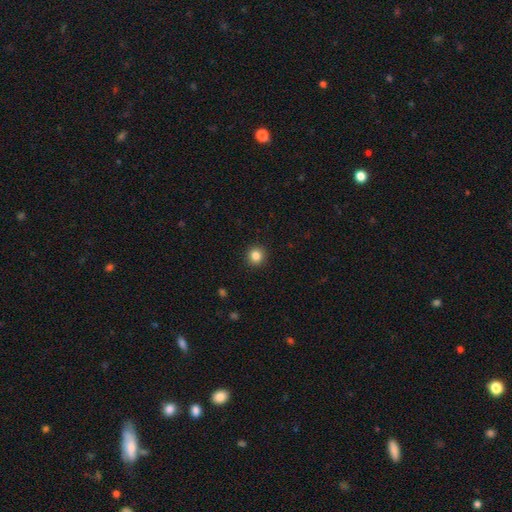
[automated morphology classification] The model was most divided on "smooth or featured": smooth: 84%, star or artifact: 11%, featured or disk: 5%. More confident: how rounded — round (93%); merging — none (92%).